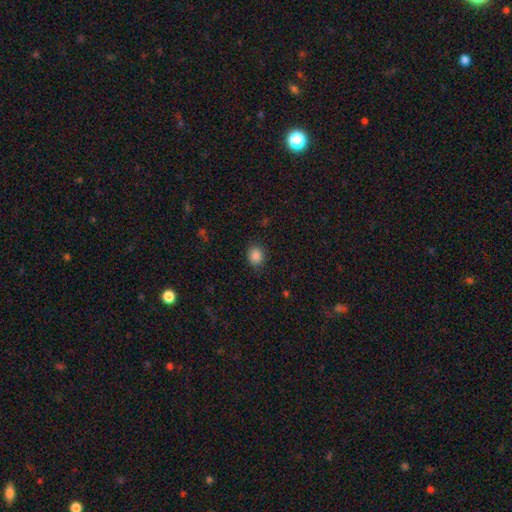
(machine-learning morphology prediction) smooth 86%, star or artifact 10%, featured or disk 4%. Down the decision tree: how rounded — round (70%); merging — none (85%).